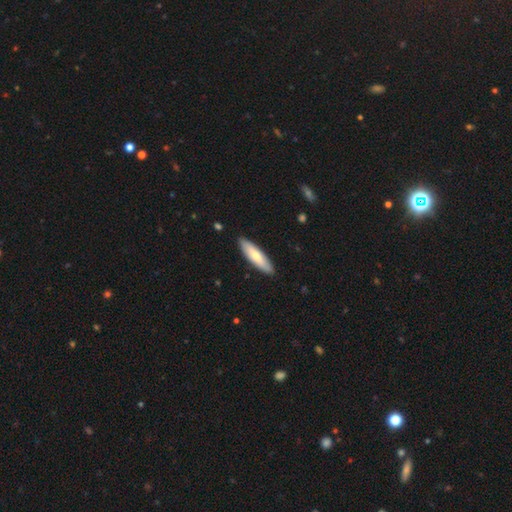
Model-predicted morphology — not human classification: type=smooth (65%); roundness=cigar-shaped (62%); merging=none (89%).